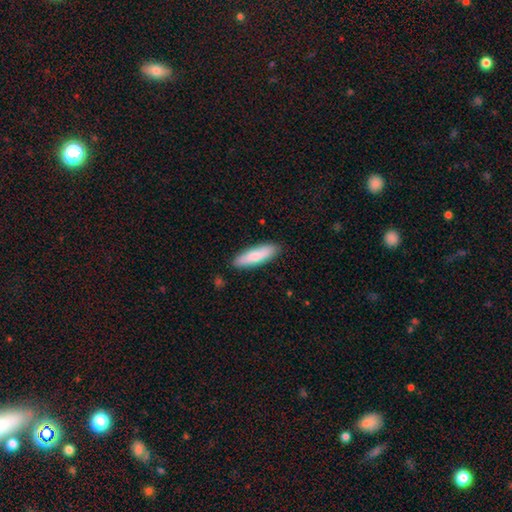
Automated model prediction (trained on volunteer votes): smooth-or-featured: smooth: 81% | featured or disk: 13% | star or artifact: 5%
  how-rounded: cigar-shaped: 60% | in between: 38% | round: 2%
  merging: none: 87% | minor disturbance: 9% | major disturbance: 2% | merger: 1%